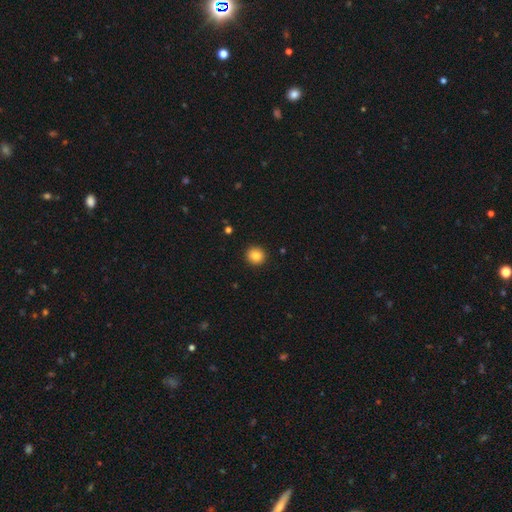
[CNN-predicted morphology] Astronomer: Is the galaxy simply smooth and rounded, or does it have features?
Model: smooth — 86%.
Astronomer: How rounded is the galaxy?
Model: round — 91%.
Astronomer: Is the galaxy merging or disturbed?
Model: none — 92%.